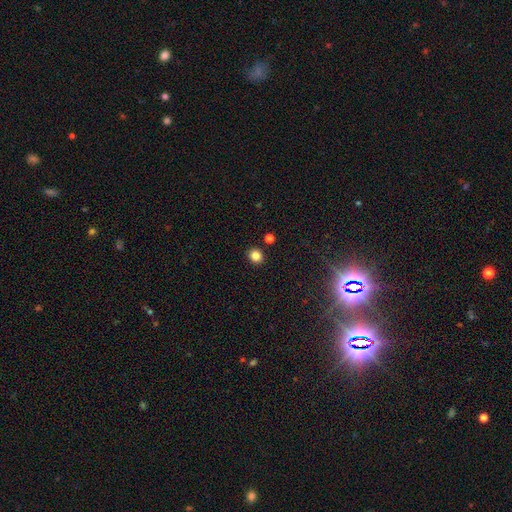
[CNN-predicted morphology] Smooth or featured? Predicted: smooth (p=0.83). How rounded? Predicted: round (p=0.81). Merging? Predicted: none (p=0.89).